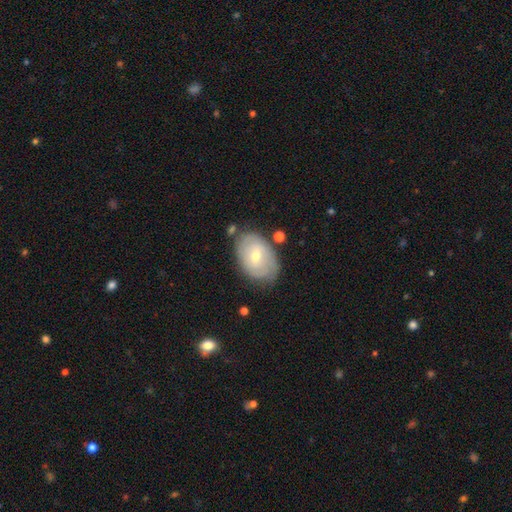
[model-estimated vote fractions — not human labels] Smooth or featured? featured or disk (61%)
Edge-on disk? no (95%)
Bar? weak (47%)
Spiral arms? yes (71%)
Bulge size? moderate (52%)
Merging? none (72%)